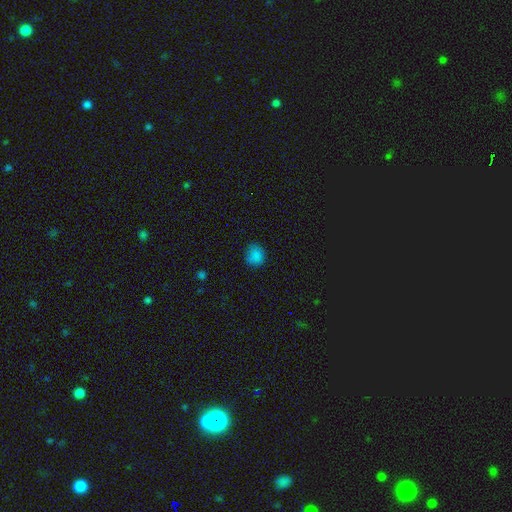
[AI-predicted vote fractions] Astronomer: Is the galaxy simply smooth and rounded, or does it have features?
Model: smooth — 83%.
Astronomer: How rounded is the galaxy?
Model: round — 78%.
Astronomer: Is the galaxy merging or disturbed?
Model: none — 80%.